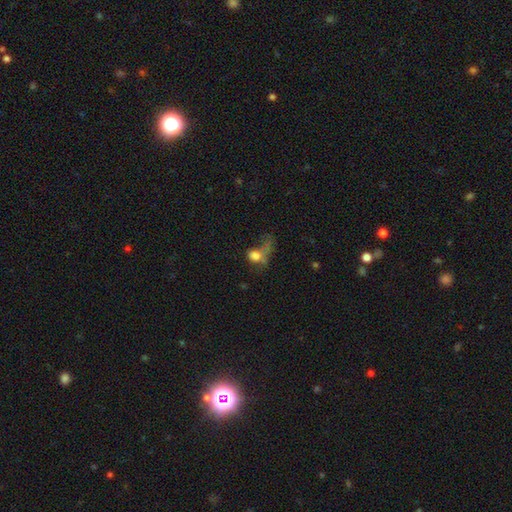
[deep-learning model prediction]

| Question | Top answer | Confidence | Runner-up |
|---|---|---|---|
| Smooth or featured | smooth | 67% | featured or disk (19%) |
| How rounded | in between | 57% | round (40%) |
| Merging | major disturbance | 52% | none (19%) |